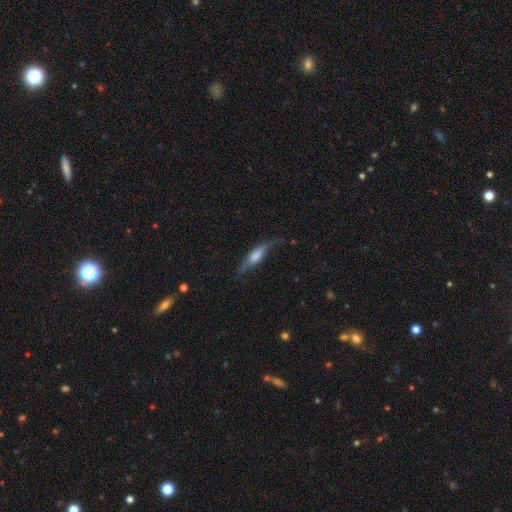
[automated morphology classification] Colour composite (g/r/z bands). It shows a smooth galaxy with no disk features (46%, tied with featured or disk). Merging: none (63%).